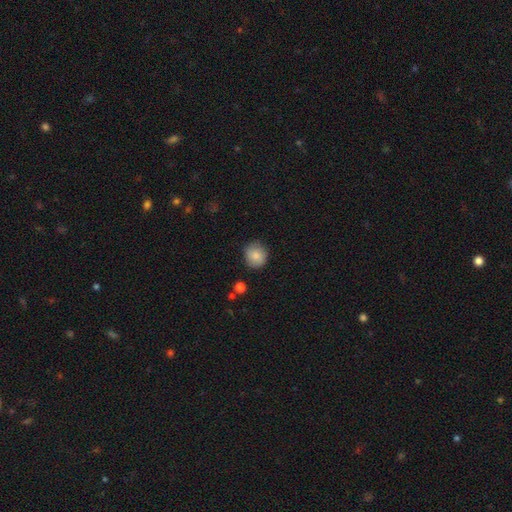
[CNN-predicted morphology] A smooth galaxy with no disk features (84%) that is round (86%). Merging: none (83%).